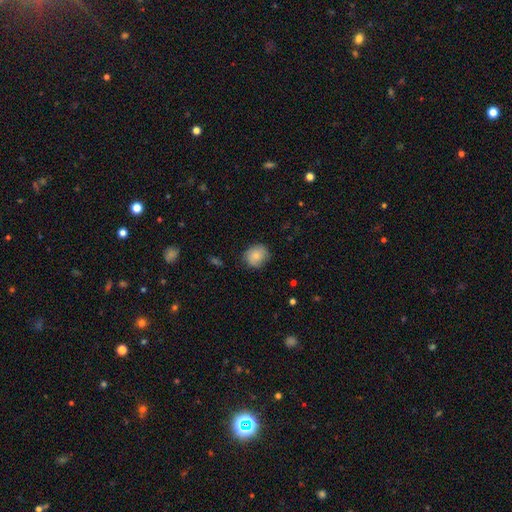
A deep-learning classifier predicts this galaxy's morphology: Smooth or featured? smooth (82%)
How rounded? round (76%)
Merging? none (79%)